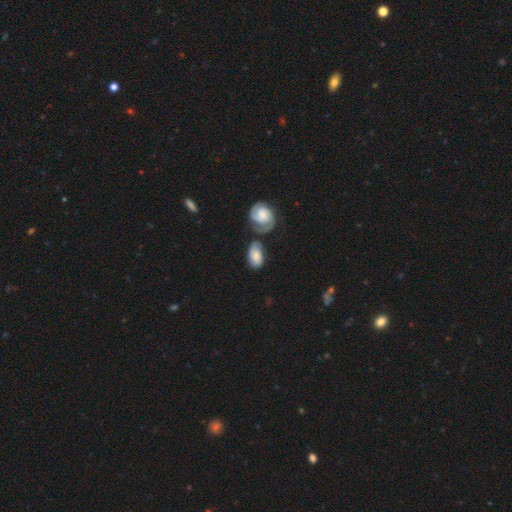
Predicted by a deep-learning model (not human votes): smooth 62%, featured or disk 32%, star or artifact 7%. Down the decision tree: how rounded — in between (90%); merging — none (37%).